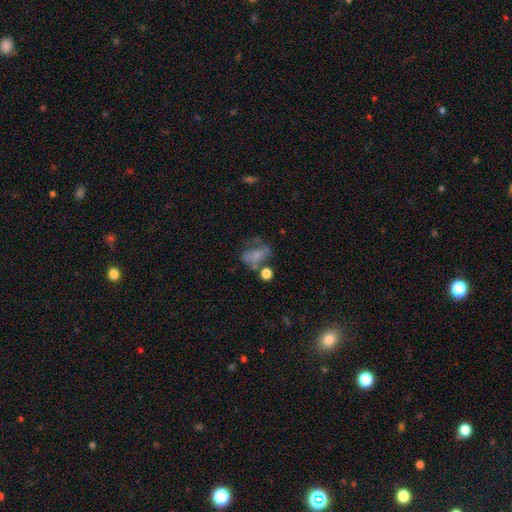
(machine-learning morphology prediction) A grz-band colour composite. It shows a smooth galaxy with no disk features (57%) that is in between round and cigar-shaped (73%). Merging: major disturbance (30%).